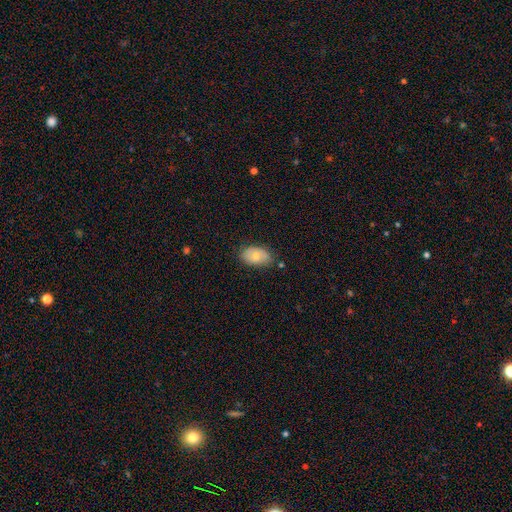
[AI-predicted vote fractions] This appears to be a smooth galaxy with no disk features (71%) that is in between round and cigar-shaped (91%). Merging: none (71%).